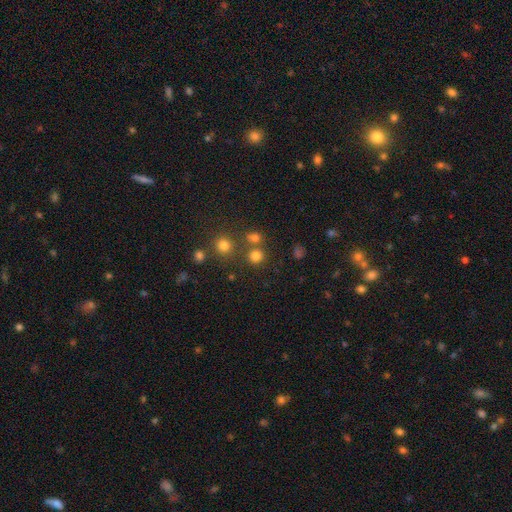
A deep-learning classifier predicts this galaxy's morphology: Smooth or featured: smooth — 77% (star or artifact — 18%)
How rounded: round — 89% (in between — 10%)
Merging: none — 74% (merger — 15%)